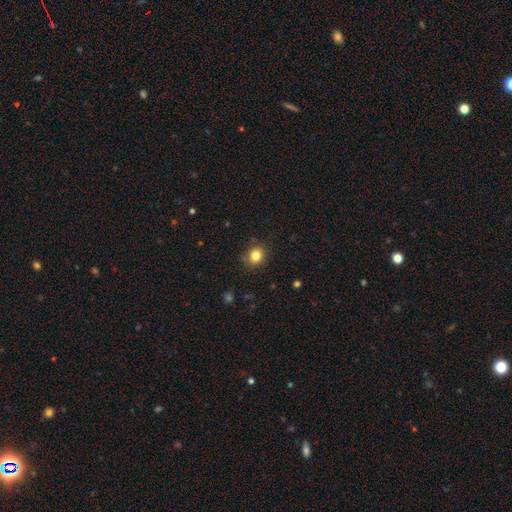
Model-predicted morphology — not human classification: smooth-or-featured: smooth: 83% | star or artifact: 12% | featured or disk: 5%
  how-rounded: round: 77% | in between: 23% | cigar-shaped: 1%
  merging: none: 86% | minor disturbance: 10% | major disturbance: 3% | merger: 1%